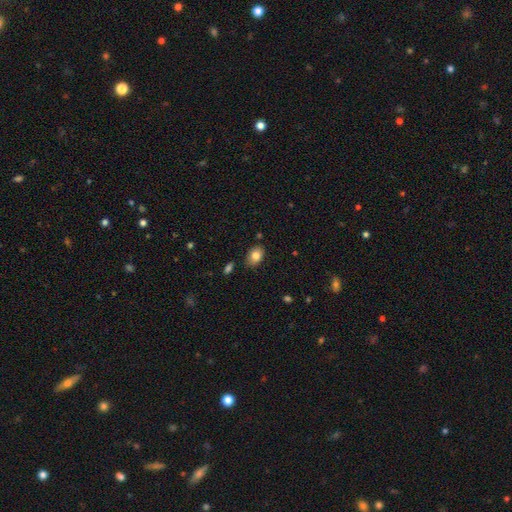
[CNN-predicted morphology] Q: Smooth or featured?
A: smooth (82%); runner-up: featured or disk (10%)
Q: How rounded?
A: in between (79%); runner-up: round (19%)
Q: Merging?
A: none (81%); runner-up: minor disturbance (14%)